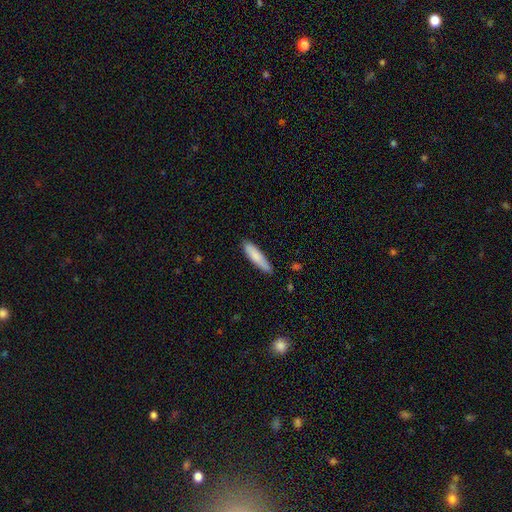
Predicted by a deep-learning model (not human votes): Smooth or featured? Predicted: smooth (p=0.83). How rounded? Predicted: cigar-shaped (p=0.75). Merging? Predicted: none (p=0.82).